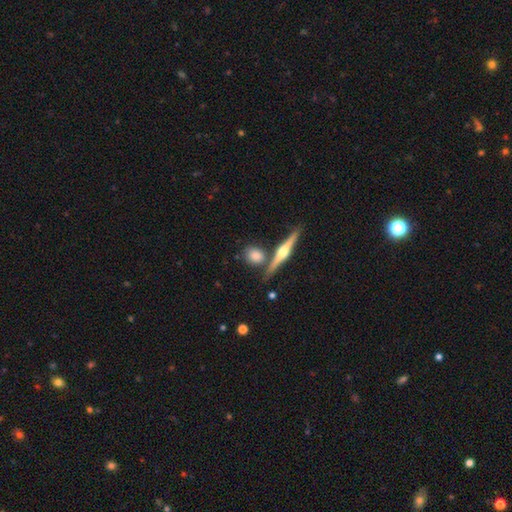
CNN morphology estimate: This is likely a smooth galaxy (67%). How rounded: likely round (67%). Merging: likely none (70%).